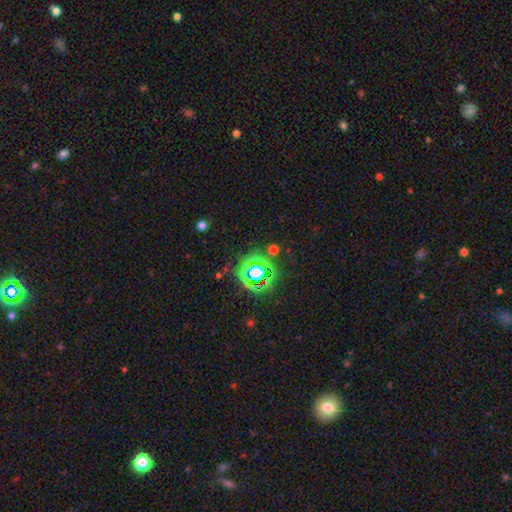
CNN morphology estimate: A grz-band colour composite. It shows a star or artifact, not a galaxy (78%).